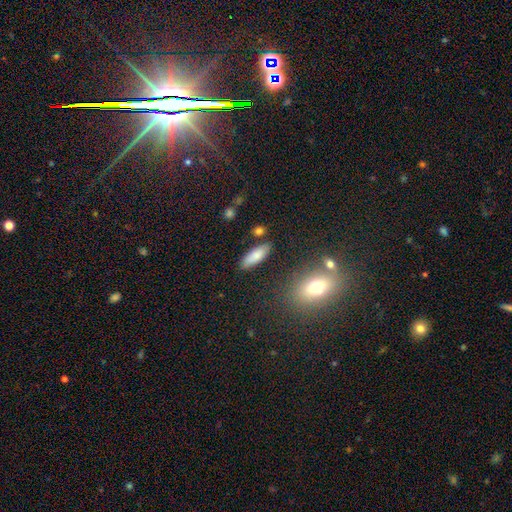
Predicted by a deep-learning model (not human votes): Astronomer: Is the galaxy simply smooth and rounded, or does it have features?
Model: smooth — 82%.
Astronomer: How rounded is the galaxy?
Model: in between — 62%.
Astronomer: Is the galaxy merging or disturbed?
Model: none — 83%.